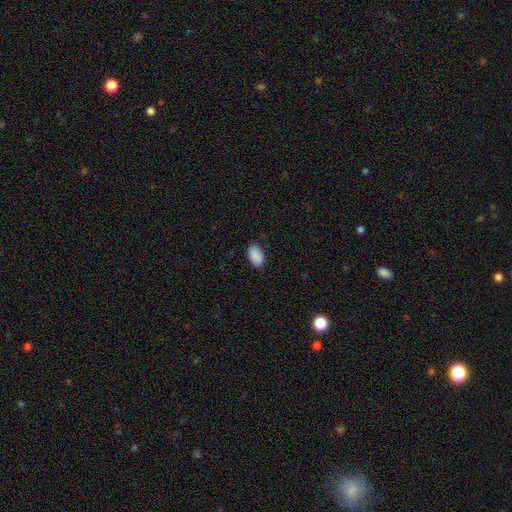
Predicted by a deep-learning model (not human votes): A smooth galaxy with no disk features (90%) that is in between round and cigar-shaped (94%).

Vote fractions:
- Smooth or featured? smooth: 90% / star or artifact: 7% / featured or disk: 3%
- How rounded? in between: 94% / round: 4% / cigar-shaped: 2%
- Merging? none: 86% / minor disturbance: 11% / major disturbance: 2% / merger: 1%